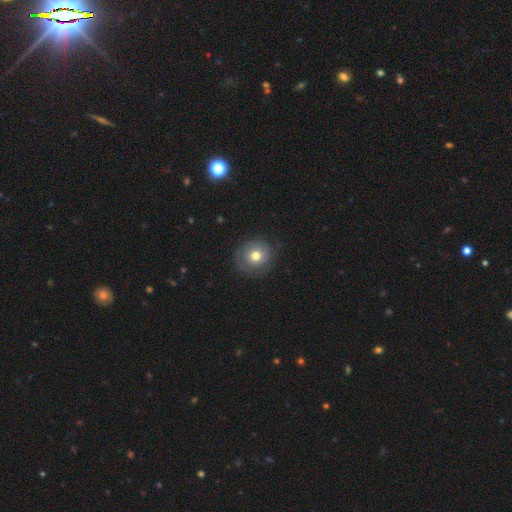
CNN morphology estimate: Smooth or featured?
  - smooth: 65% *
  - featured or disk: 25%
  - star or artifact: 10%
How rounded?
  - round: 89% *
  - in between: 10%
  - cigar-shaped: 1%
Merging?
  - none: 78% *
  - minor disturbance: 15%
  - major disturbance: 6%
  - merger: 1%